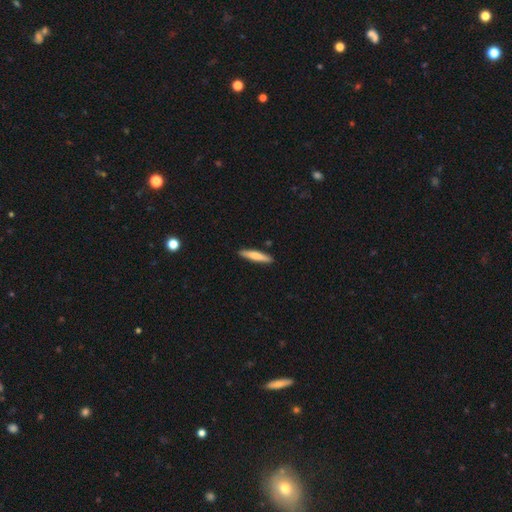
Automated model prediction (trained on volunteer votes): smooth-or-featured: smooth: 74% | featured or disk: 21% | star or artifact: 5%
  how-rounded: cigar-shaped: 90% | in between: 8% | round: 1%
  merging: none: 89% | minor disturbance: 8% | merger: 1% | major disturbance: 1%